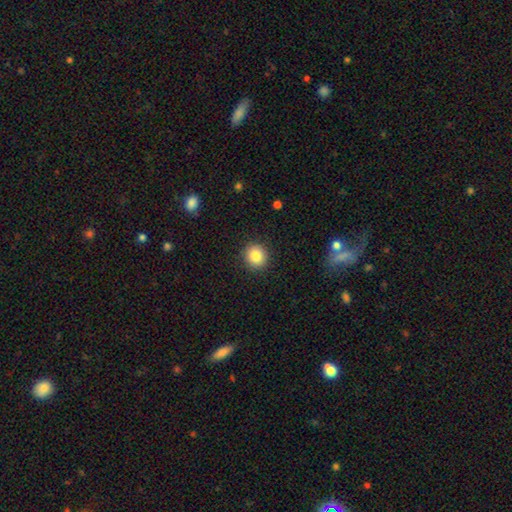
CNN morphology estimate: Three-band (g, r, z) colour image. It shows a smooth galaxy with no disk features (84%) that is round (87%). Merging: none (90%).